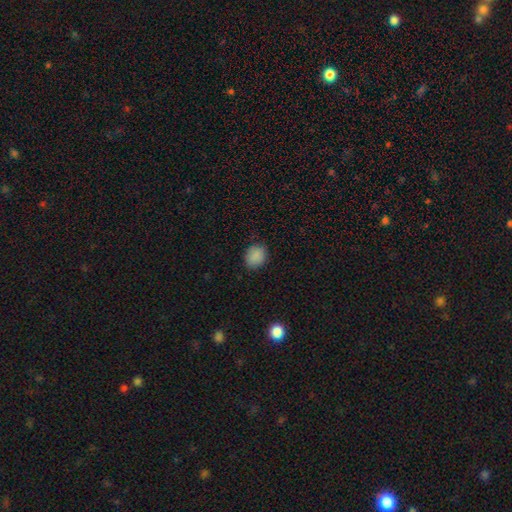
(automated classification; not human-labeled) This appears to be a smooth galaxy with no disk features (88%) that is round (62%). Merging: none (85%).